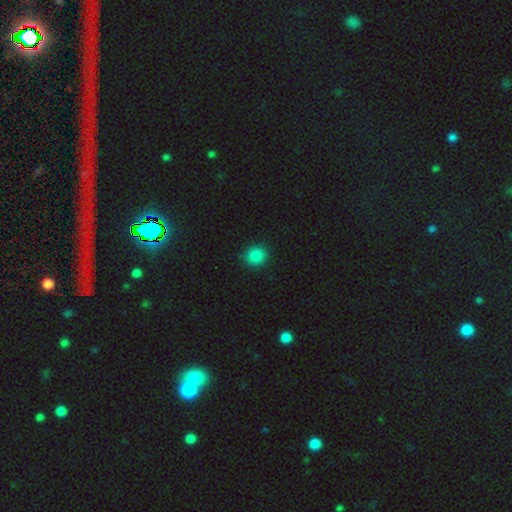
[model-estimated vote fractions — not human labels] Q: Smooth or featured?
A: smooth (85%); runner-up: star or artifact (11%)
Q: How rounded?
A: round (84%); runner-up: in between (15%)
Q: Merging?
A: none (87%); runner-up: minor disturbance (9%)